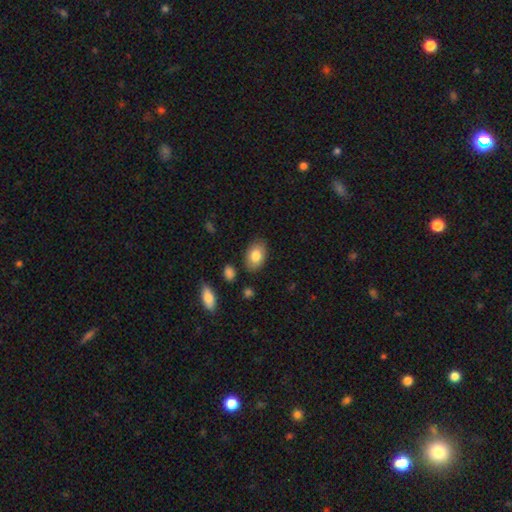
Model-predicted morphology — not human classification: Smooth or featured: smooth — 82% (featured or disk — 11%)
How rounded: in between — 87% (round — 12%)
Merging: none — 84% (minor disturbance — 11%)